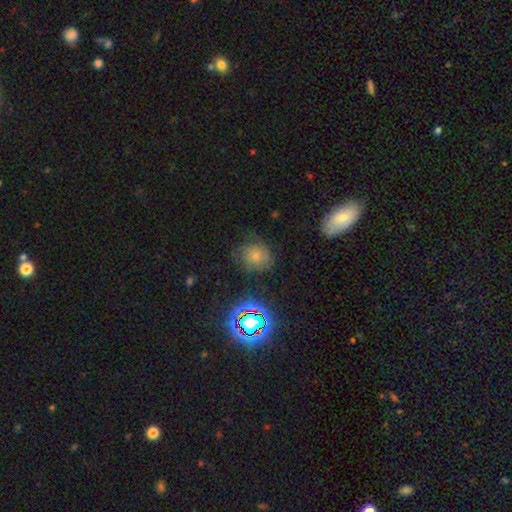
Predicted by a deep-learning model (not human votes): smooth-or-featured: smooth: 57% | star or artifact: 26% | featured or disk: 17%
  how-rounded: round: 70% | in between: 29% | cigar-shaped: 1%
  merging: none: 75% | minor disturbance: 17% | major disturbance: 6% | merger: 2%